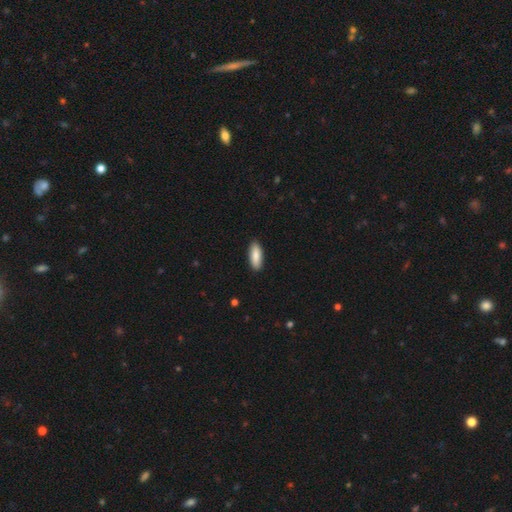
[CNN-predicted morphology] Smooth or featured? Predicted: smooth (p=0.86). How rounded? Predicted: in between (p=0.68). Merging? Predicted: none (p=0.90).